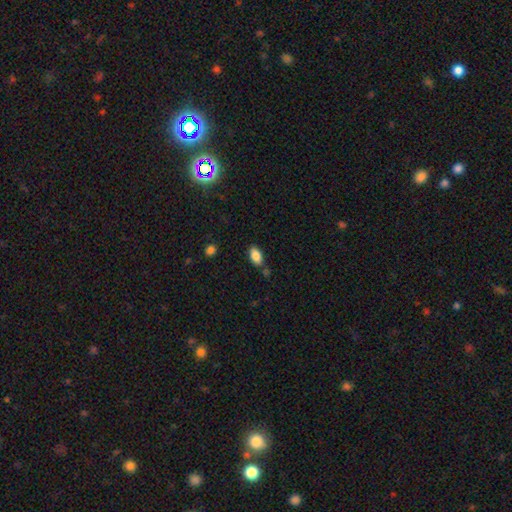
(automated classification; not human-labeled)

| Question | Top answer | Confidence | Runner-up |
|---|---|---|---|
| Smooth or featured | smooth | 85% | star or artifact (8%) |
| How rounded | in between | 92% | cigar-shaped (4%) |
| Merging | none | 76% | minor disturbance (14%) |